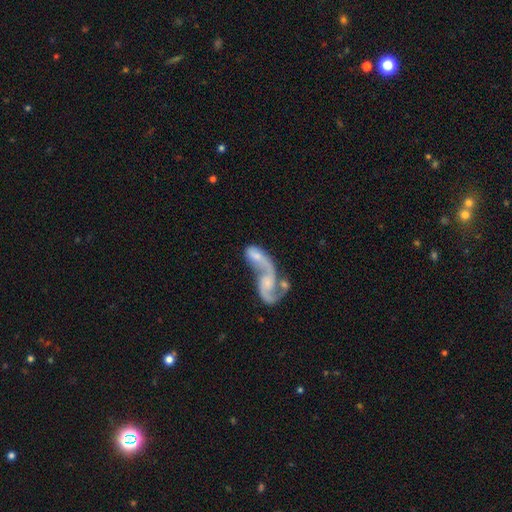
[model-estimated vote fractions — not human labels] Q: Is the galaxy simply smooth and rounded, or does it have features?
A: featured or disk — 60%.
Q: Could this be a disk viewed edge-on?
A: no — 94%.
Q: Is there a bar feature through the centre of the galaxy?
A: no — 64%.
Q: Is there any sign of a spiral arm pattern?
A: yes — 72%.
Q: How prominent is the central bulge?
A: small — 37%.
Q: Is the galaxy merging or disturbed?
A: merger — 70%.